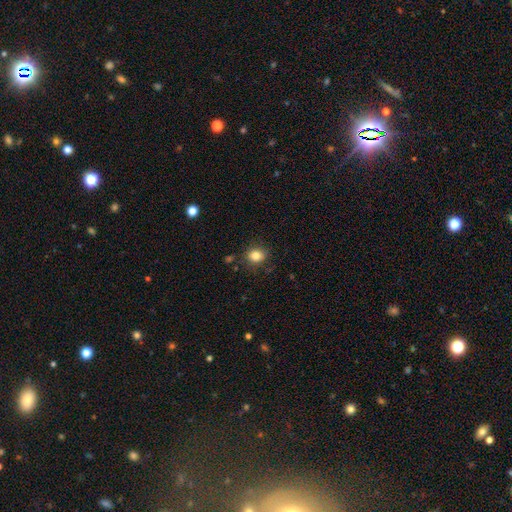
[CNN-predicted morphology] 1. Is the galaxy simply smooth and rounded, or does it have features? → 83% smooth, 11% star or artifact, 6% featured or disk.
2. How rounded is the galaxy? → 69% round, 30% in between, 1% cigar-shaped.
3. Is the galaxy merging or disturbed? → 84% none, 11% minor disturbance, 3% major disturbance, 2% merger.